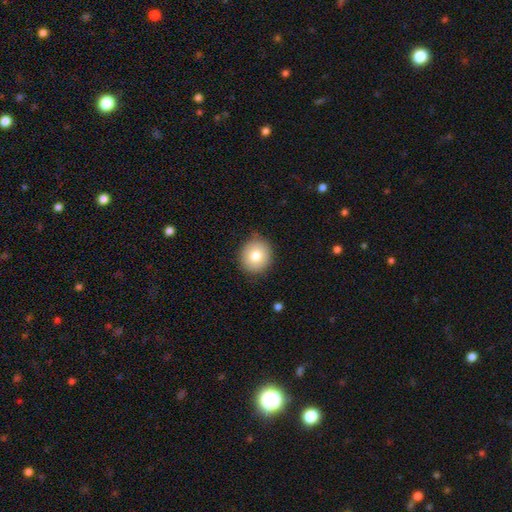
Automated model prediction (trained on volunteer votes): A smooth galaxy with no disk features (78%) that is round (84%). Merging: none (86%).